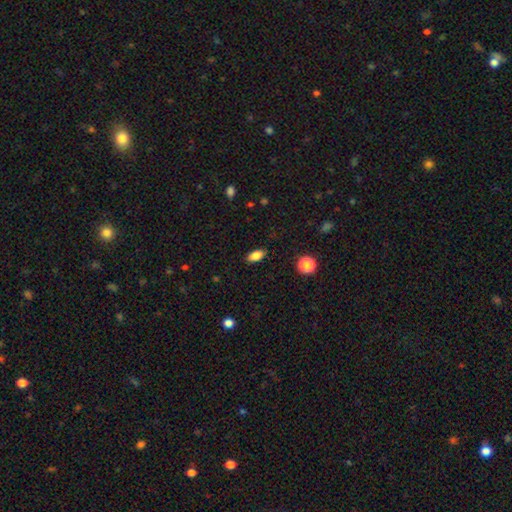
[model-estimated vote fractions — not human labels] smooth_or_featured: smooth (p=0.85) [alt: star or artifact p=0.10]
how_rounded: in between (p=0.88) [alt: round p=0.07]
merging: none (p=0.86) [alt: minor disturbance p=0.10]